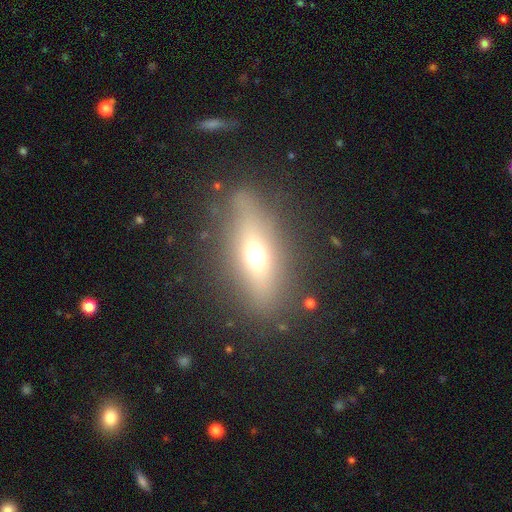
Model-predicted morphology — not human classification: Smooth or featured?
  - smooth: 48% *
  - featured or disk: 39%
  - star or artifact: 13%
Merging?
  - none: 78% *
  - minor disturbance: 13%
  - major disturbance: 7%
  - merger: 2%